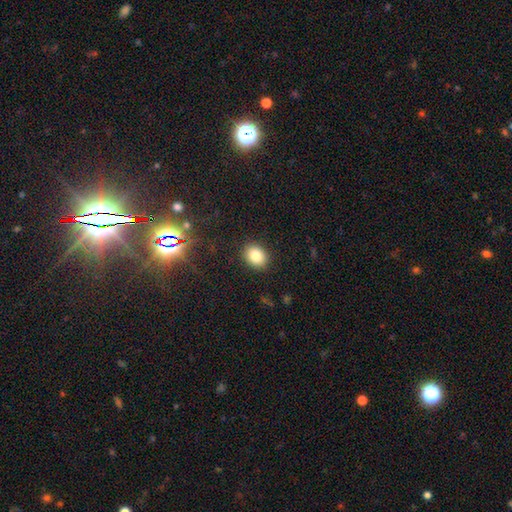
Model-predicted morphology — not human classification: smooth_or_featured: smooth (p=0.83) [alt: star or artifact p=0.10]
how_rounded: in between (p=0.57) [alt: round p=0.42]
merging: none (p=0.89) [alt: minor disturbance p=0.08]